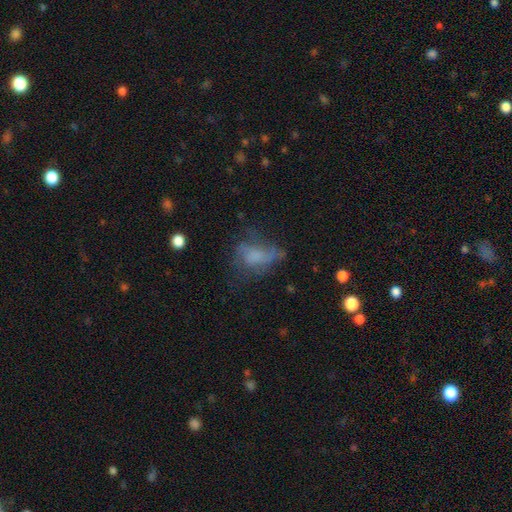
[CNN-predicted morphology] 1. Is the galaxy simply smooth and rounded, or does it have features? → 47% smooth, 38% featured or disk, 15% star or artifact.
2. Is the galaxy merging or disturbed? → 37% major disturbance, 36% none, 24% minor disturbance, 3% merger.